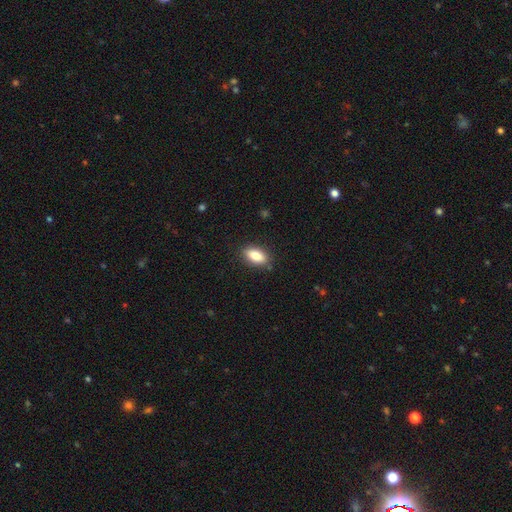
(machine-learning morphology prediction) A smooth galaxy with no disk features (83%) that is in between round and cigar-shaped (89%). Merging: none (86%).